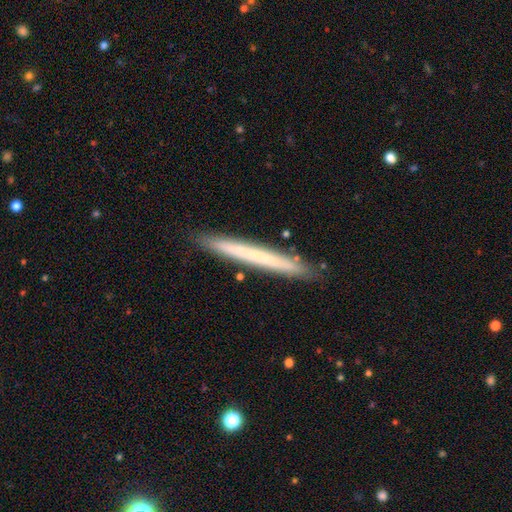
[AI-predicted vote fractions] smooth 54%, featured or disk 39%, star or artifact 6%. Down the decision tree: how rounded — cigar-shaped (97%); merging — none (89%).